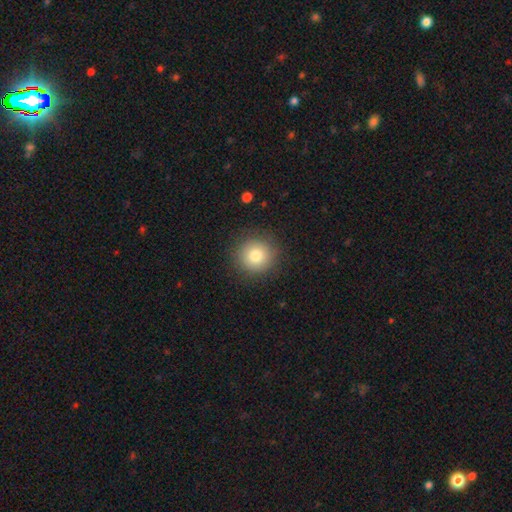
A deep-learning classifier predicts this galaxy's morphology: This is likely a smooth galaxy (79%). How rounded: clearly round (94%). Merging: clearly none (89%).